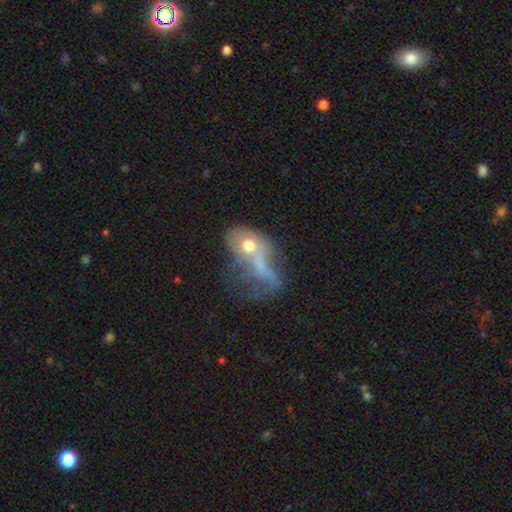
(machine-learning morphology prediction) This appears to be a featured or disk galaxy (45%). Merging: merger (40%).